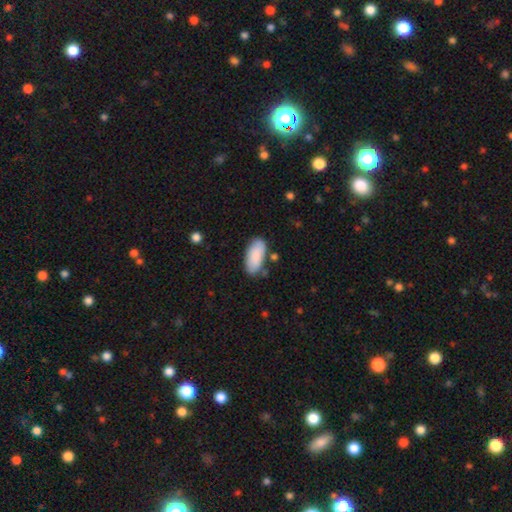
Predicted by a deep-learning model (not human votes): Smooth or featured? smooth (88%)
How rounded? in between (90%)
Merging? none (76%)